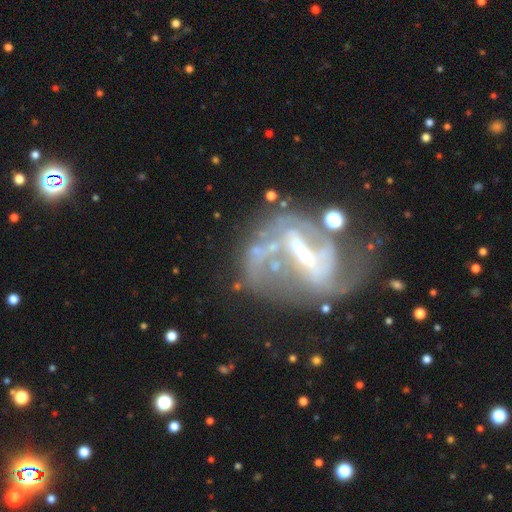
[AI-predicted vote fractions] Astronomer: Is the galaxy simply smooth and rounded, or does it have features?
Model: featured or disk — 68%.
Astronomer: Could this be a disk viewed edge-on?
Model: no — 91%.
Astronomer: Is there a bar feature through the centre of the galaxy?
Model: strong — 38% (runner-up: no, 35%).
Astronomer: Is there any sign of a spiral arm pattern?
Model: no — 56% (runner-up: yes, 44%).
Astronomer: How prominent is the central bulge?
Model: moderate — 40% (runner-up: small, 32%).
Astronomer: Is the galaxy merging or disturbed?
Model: none — 41% (runner-up: major disturbance, 27%).